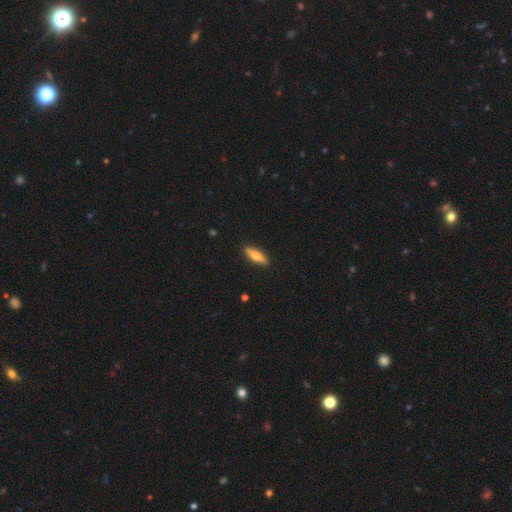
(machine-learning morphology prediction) Smooth or featured? smooth (62%)
How rounded? cigar-shaped (54%)
Merging? none (90%)